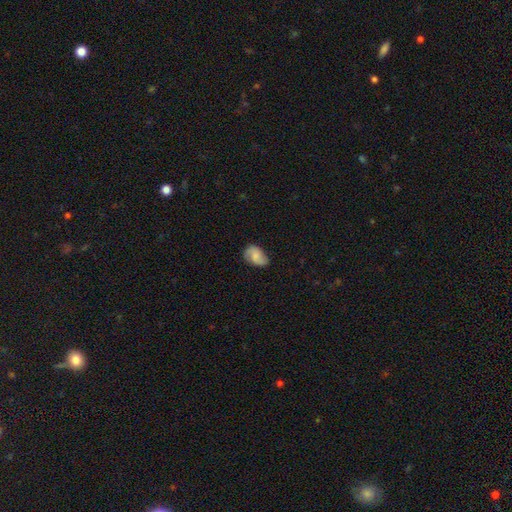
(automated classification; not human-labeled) Morphology: type=smooth (56%); roundness=in between (83%); merging=none (69%).